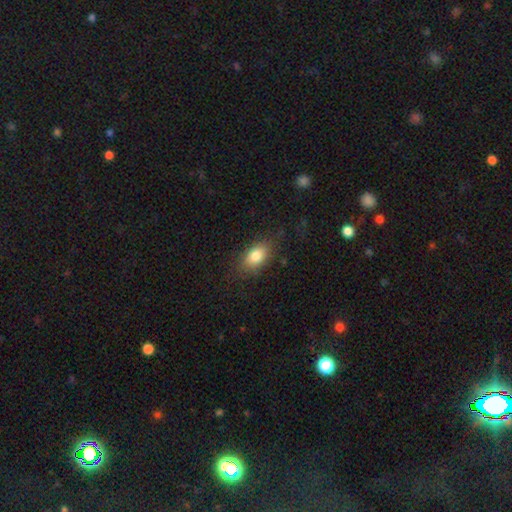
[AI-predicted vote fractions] smooth-or-featured: smooth: 82% | featured or disk: 10% | star or artifact: 8%
  how-rounded: in between: 87% | round: 9% | cigar-shaped: 4%
  merging: none: 79% | minor disturbance: 15% | major disturbance: 5% | merger: 1%